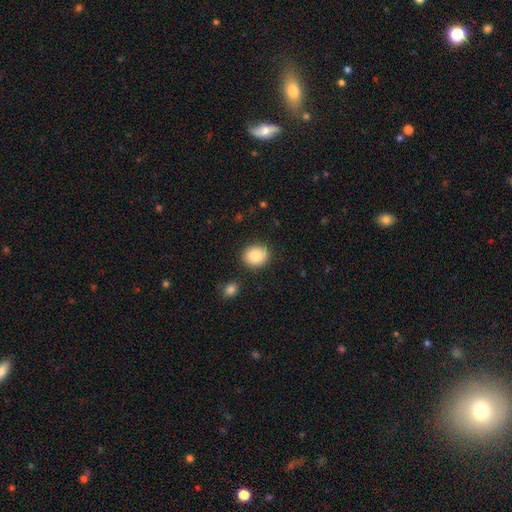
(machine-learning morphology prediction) Smooth or featured? Predicted: smooth (p=0.87). How rounded? Predicted: round (p=0.65). Merging? Predicted: none (p=0.87).